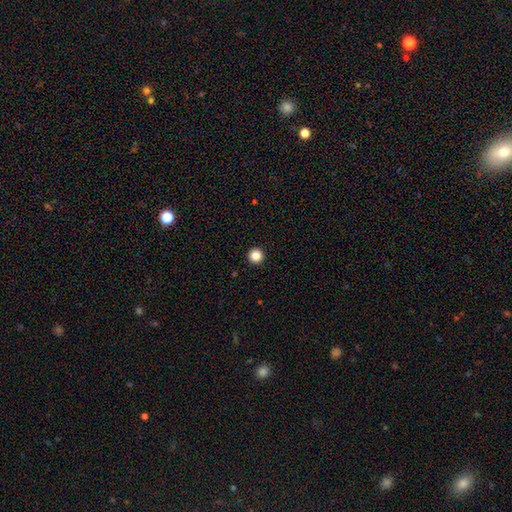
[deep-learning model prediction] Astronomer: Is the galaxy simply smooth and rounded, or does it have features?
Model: smooth — 86%.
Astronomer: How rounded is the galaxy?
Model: round — 97%.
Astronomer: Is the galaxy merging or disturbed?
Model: none — 94%.